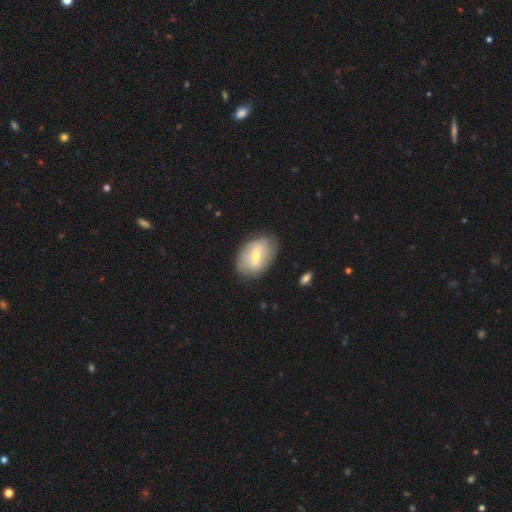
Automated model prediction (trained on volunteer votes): Overall: featured or disk (51%; smooth 43%). Edge-on disk: no (92%). Merging: none (76%).